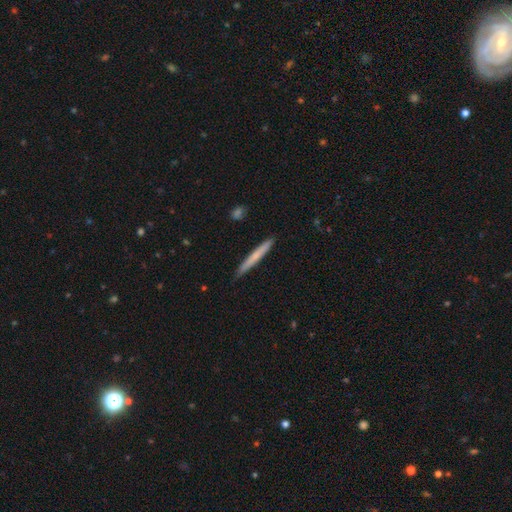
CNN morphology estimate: smooth-or-featured: smooth: 61% | featured or disk: 33% | star or artifact: 6%
  how-rounded: cigar-shaped: 97% | in between: 2% | round: 1%
  merging: none: 88% | minor disturbance: 9% | major disturbance: 1% | merger: 1%